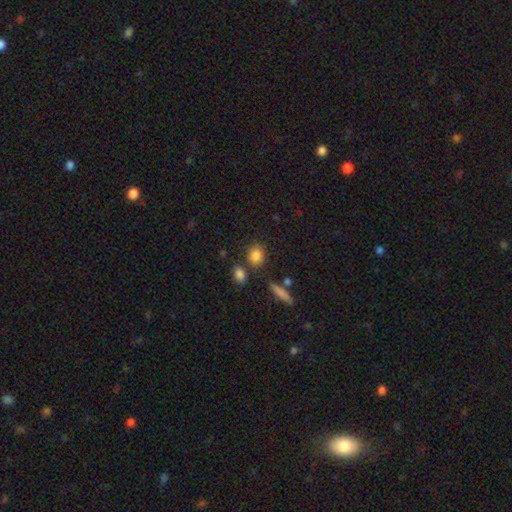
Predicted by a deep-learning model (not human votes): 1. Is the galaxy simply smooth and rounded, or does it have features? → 84% smooth, 9% star or artifact, 6% featured or disk.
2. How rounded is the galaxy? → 58% round, 38% in between, 4% cigar-shaped.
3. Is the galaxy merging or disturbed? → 74% none, 11% minor disturbance, 11% merger, 4% major disturbance.